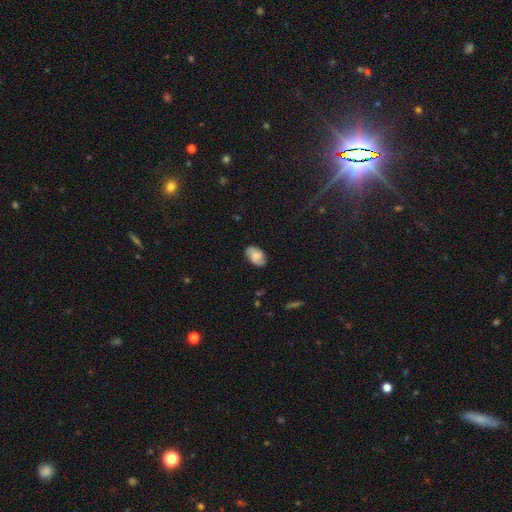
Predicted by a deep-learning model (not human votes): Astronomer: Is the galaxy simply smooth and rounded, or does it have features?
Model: smooth — 57% (runner-up: featured or disk, 34%).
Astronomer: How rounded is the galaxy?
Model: in between — 91%.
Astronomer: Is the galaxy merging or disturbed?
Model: none — 80%.